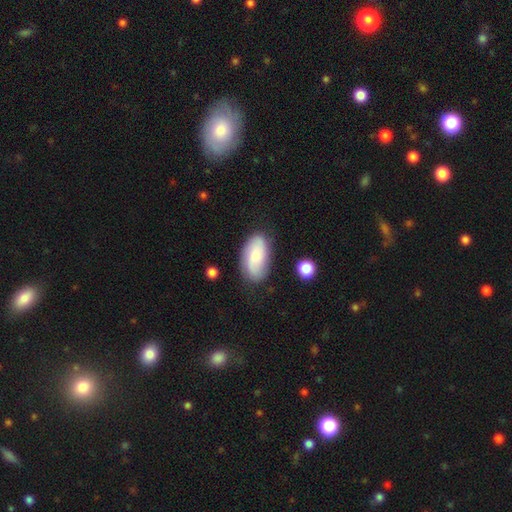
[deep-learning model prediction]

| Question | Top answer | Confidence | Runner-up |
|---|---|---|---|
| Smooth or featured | smooth | 61% | featured or disk (32%) |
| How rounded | in between | 93% | round (4%) |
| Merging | none | 77% | minor disturbance (16%) |